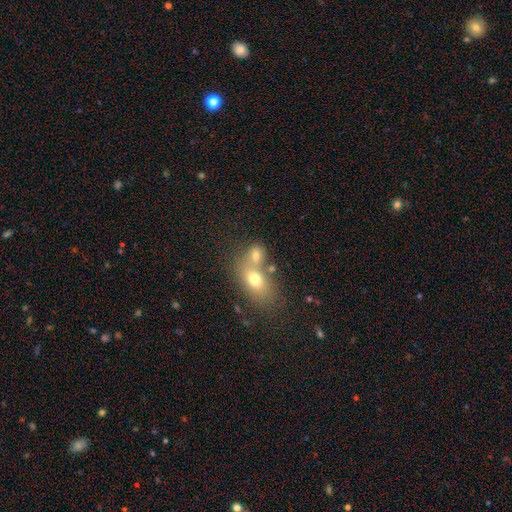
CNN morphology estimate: Overall: smooth (70%). How rounded: in between (71%). Merging: merger (56%; none 31%).